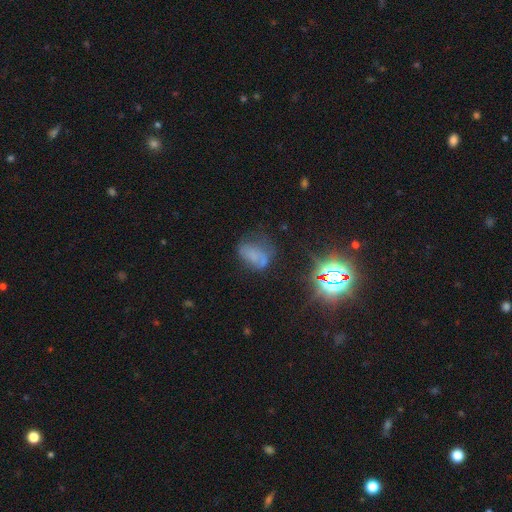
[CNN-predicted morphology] type=smooth (42%); merging=none (38%).